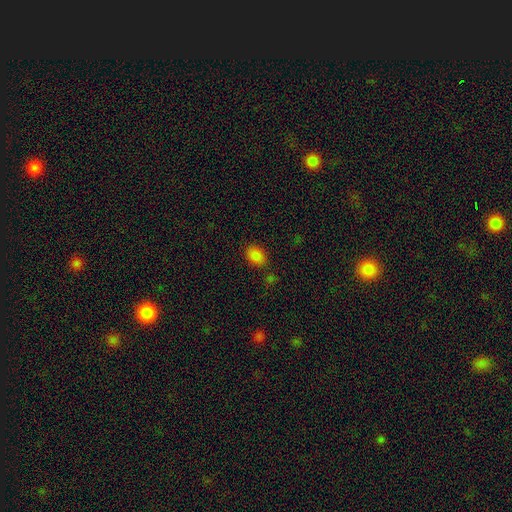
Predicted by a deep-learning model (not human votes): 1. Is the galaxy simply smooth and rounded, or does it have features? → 84% smooth, 12% star or artifact, 4% featured or disk.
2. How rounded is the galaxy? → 80% in between, 19% round, 1% cigar-shaped.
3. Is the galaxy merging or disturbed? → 79% none, 12% minor disturbance, 5% merger, 3% major disturbance.